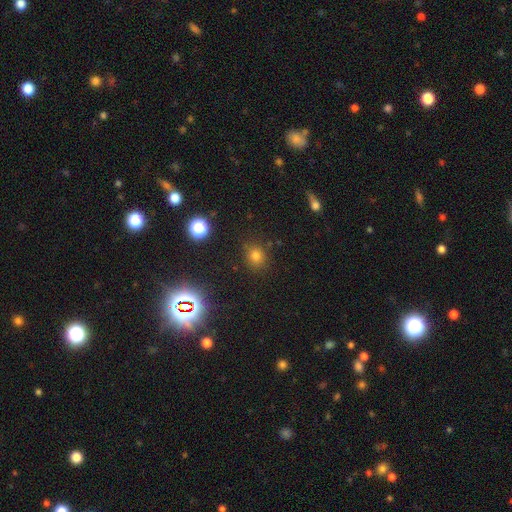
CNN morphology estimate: smooth_or_featured: smooth (p=0.72) [alt: star or artifact p=0.21]
how_rounded: round (p=0.78) [alt: in between p=0.20]
merging: none (p=0.84) [alt: minor disturbance p=0.10]